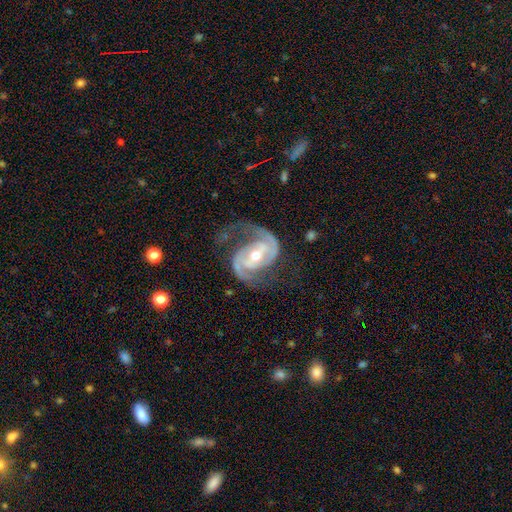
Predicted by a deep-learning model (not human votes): The model was most divided on "bar": weak: 38%, strong: 34%, no: 29%. More confident: spiral arms — yes (98%); edge-on disk — no (98%); smooth or featured — featured or disk (93%); spiral arm count — 2 (93%); merging — none (71%); bulge size — moderate (59%); spiral winding — medium (57%).